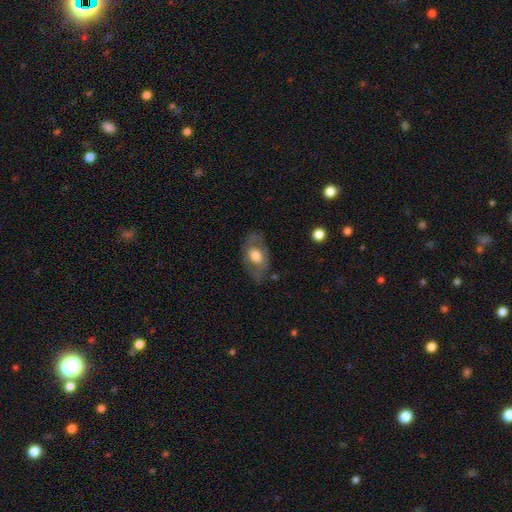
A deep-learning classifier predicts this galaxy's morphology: This appears to be a smooth galaxy with no disk features (47%, tied with featured or disk). Merging: none (67%).